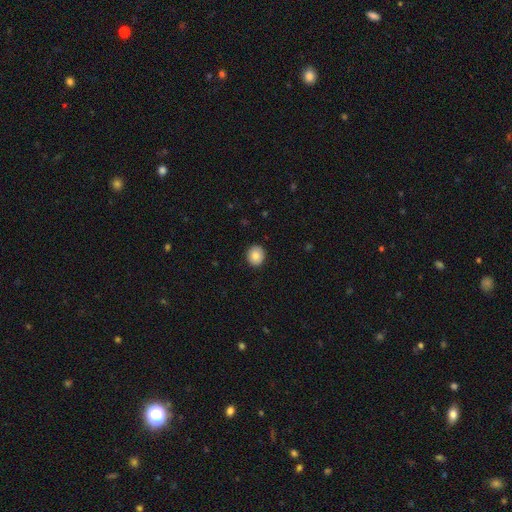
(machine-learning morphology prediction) A smooth galaxy with no disk features (85%) that is round (79%).

Vote fractions:
- Smooth or featured? smooth: 85% / star or artifact: 8% / featured or disk: 7%
- How rounded? round: 79% / in between: 20% / cigar-shaped: 1%
- Merging? none: 91% / minor disturbance: 6% / major disturbance: 2% / merger: 1%